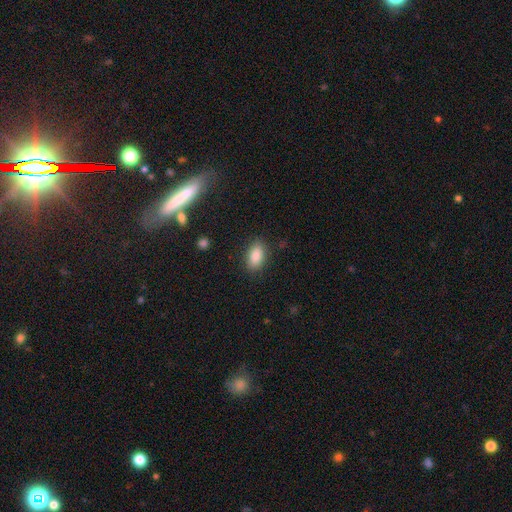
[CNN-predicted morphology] Smooth or featured: smooth — 88% (star or artifact — 7%)
How rounded: in between — 91% (round — 5%)
Merging: none — 85% (minor disturbance — 10%)